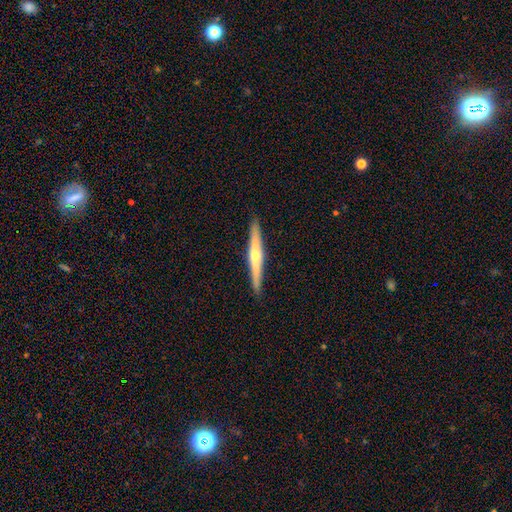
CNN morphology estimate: This appears to be a featured or disk galaxy (66%) viewed edge-on (97%) with a rounded central bulge (79%). Merging: none (92%).